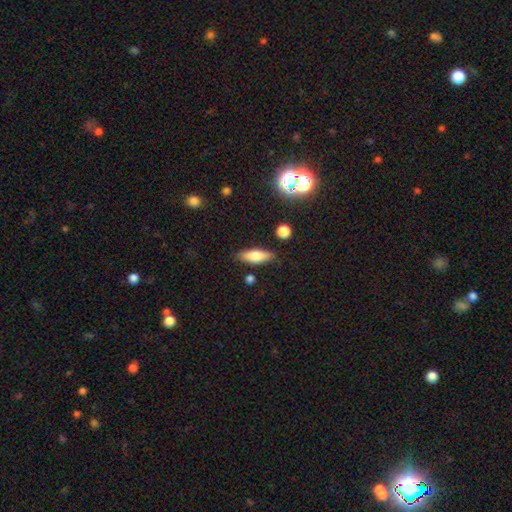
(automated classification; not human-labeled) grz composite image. It shows a smooth galaxy with no disk features (71%) that is in between round and cigar-shaped (57%). Merging: none (82%).